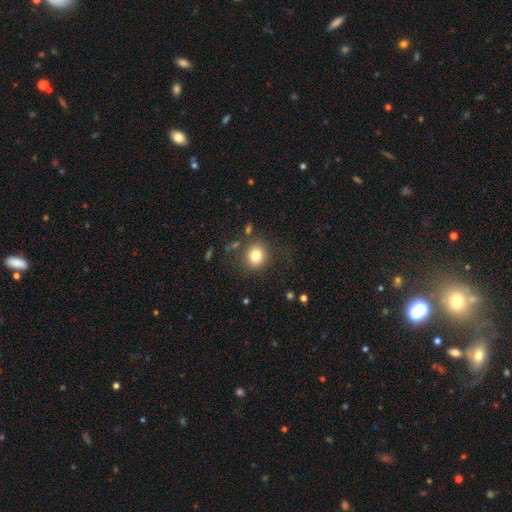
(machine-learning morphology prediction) smooth 80%, star or artifact 12%, featured or disk 9%. Down the decision tree: how rounded — round (79%); merging — none (81%).